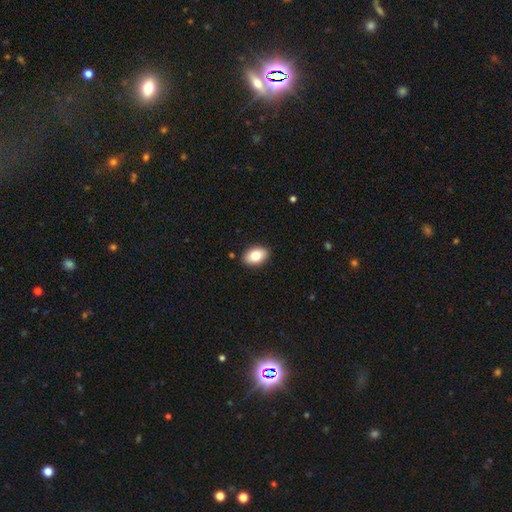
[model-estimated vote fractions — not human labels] Smooth or featured? smooth (82%)
How rounded? in between (88%)
Merging? none (89%)